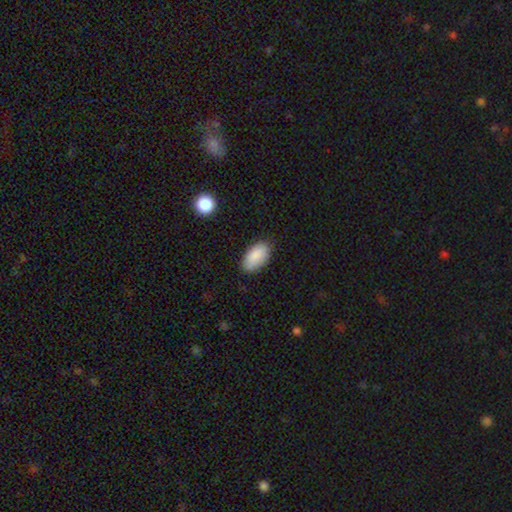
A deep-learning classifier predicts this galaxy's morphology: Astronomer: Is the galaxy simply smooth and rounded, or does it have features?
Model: smooth — 89%.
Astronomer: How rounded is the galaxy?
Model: in between — 95%.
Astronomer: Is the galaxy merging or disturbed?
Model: none — 82%.